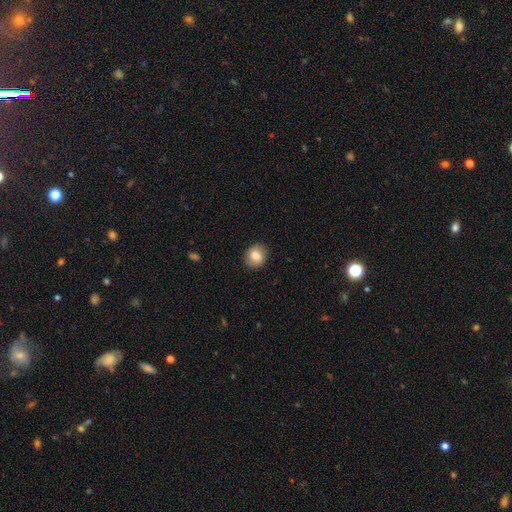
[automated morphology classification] Smooth or featured? smooth (80%)
How rounded? round (58%)
Merging? none (87%)